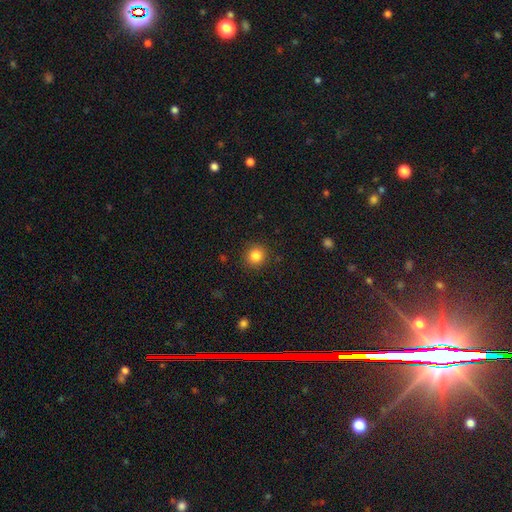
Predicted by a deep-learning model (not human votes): The model was most divided on "smooth or featured": smooth: 84%, star or artifact: 11%, featured or disk: 5%. More confident: how rounded — round (92%); merging — none (90%).